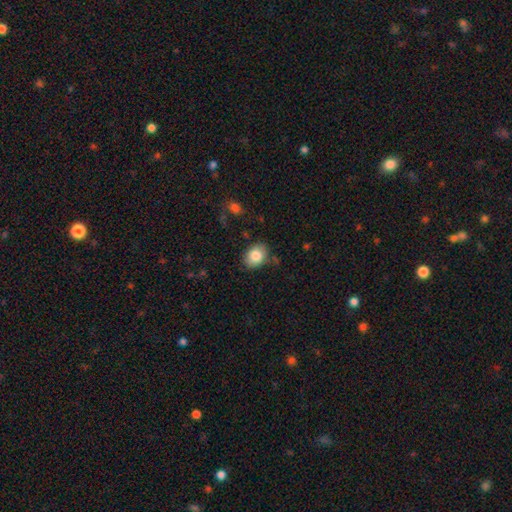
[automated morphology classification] Overall: smooth (84%). How rounded: in between (70%). Merging: none (82%).